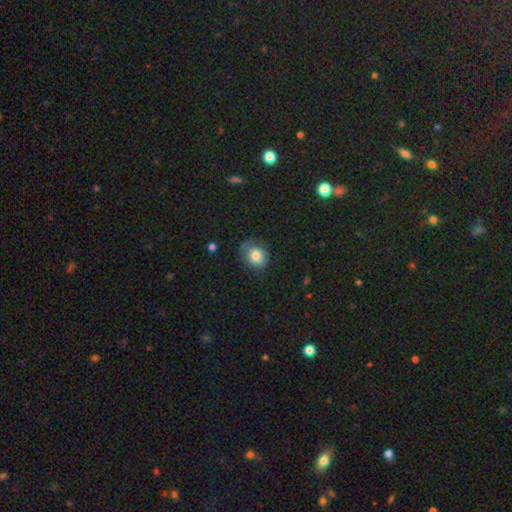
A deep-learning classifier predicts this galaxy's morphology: The model was most divided on "how rounded": round: 60%, in between: 39%, cigar-shaped: 1%. More confident: smooth or featured — smooth (77%); merging — none (62%).